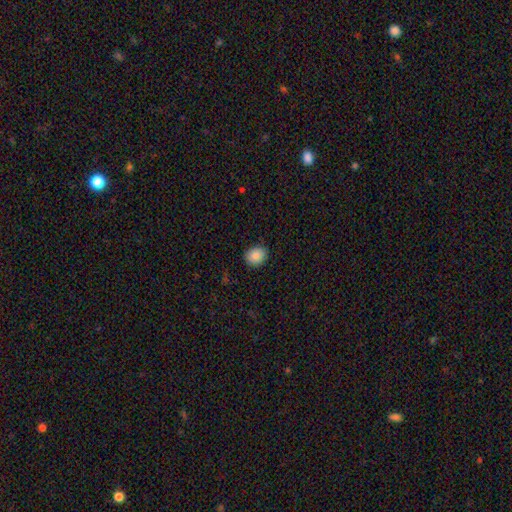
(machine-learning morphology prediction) smooth_or_featured: smooth (p=0.88) [alt: star or artifact p=0.08]
how_rounded: round (p=0.58) [alt: in between p=0.41]
merging: none (p=0.87) [alt: minor disturbance p=0.10]